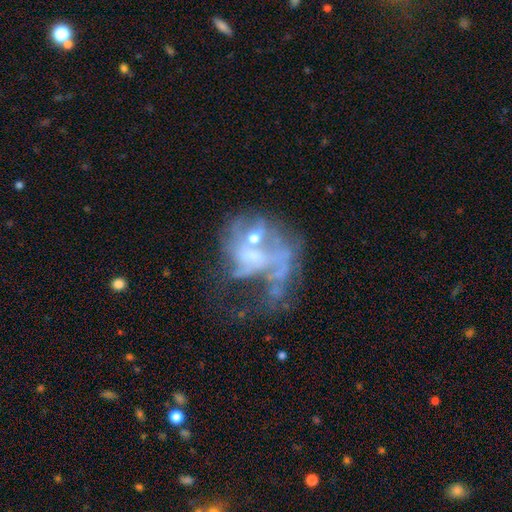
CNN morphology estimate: smooth-or-featured: featured or disk: 68% | smooth: 17% | star or artifact: 15%
  disk-edge-on: no: 97% | yes: 3%
    bar: no: 74% | weak: 21% | strong: 6%
    has-spiral-arms: no: 66% | yes: 34%
    bulge-size: small: 38% | moderate: 31% | none: 25% | large: 4% | dominant: 2%
  merging: major disturbance: 46% | merger: 23% | none: 20% | minor disturbance: 11%